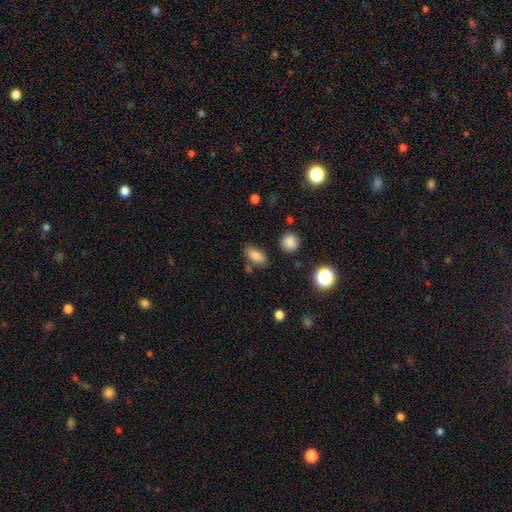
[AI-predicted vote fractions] Smooth or featured? smooth (82%)
How rounded? in between (87%)
Merging? none (76%)